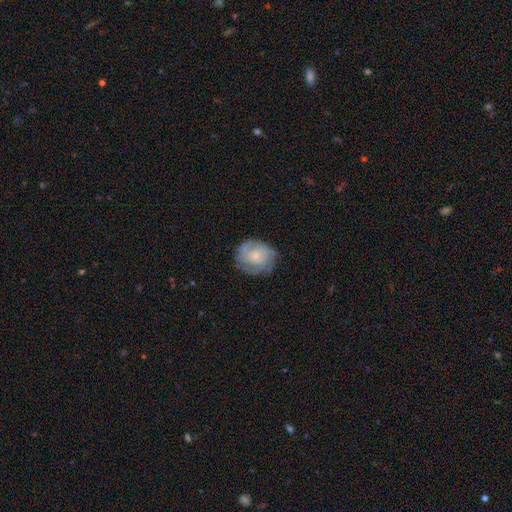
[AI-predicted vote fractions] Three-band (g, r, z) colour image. It shows a featured or disk galaxy (58%) with no bar (79%), spiral arms (78%) and a small central bulge (53%). Merging: none (71%).